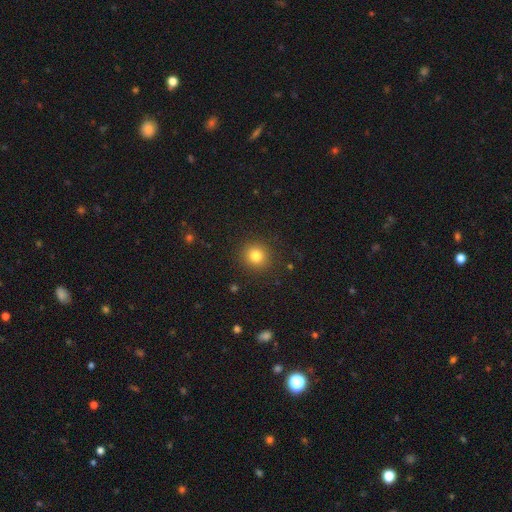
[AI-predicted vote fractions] Smooth or featured?
  - smooth: 80% *
  - star or artifact: 13%
  - featured or disk: 7%
How rounded?
  - round: 90% *
  - in between: 9%
  - cigar-shaped: 1%
Merging?
  - none: 90% *
  - minor disturbance: 6%
  - major disturbance: 3%
  - merger: 1%